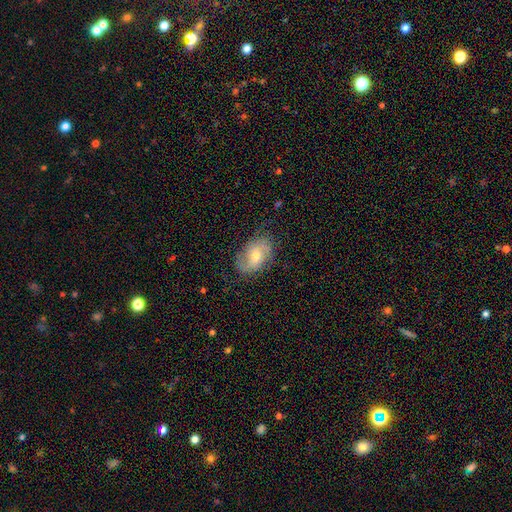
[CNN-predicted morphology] Overall: featured or disk (65%; smooth 27%). Edge-on disk: no (95%). Bar: no (60%; weak 33%). Spiral arms: yes (88%). Spiral arm count: 2 (71%). Spiral winding: medium (42%; loose 33%). Bulge size: moderate (58%; small 37%). Merging: none (73%).